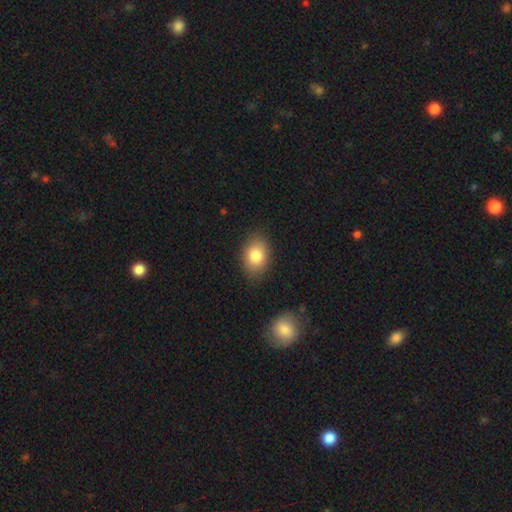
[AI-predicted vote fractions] Smooth or featured?
  - smooth: 83% *
  - featured or disk: 9%
  - star or artifact: 8%
How rounded?
  - in between: 78% *
  - round: 20%
  - cigar-shaped: 1%
Merging?
  - none: 84% *
  - minor disturbance: 11%
  - major disturbance: 3%
  - merger: 2%